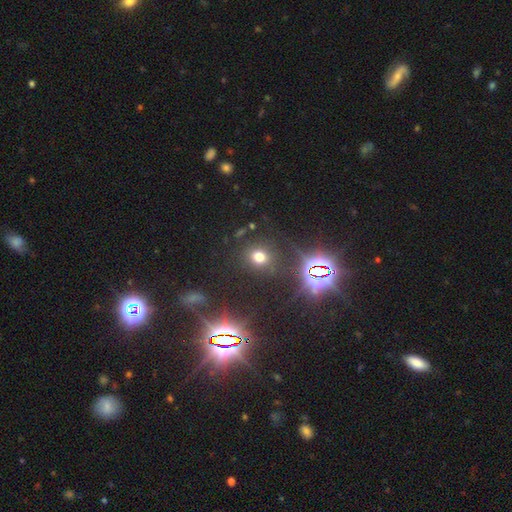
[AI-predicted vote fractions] Smooth or featured?
  - smooth: 47% *
  - star or artifact: 45%
  - featured or disk: 8%
Merging?
  - none: 86% *
  - minor disturbance: 7%
  - major disturbance: 4%
  - merger: 3%